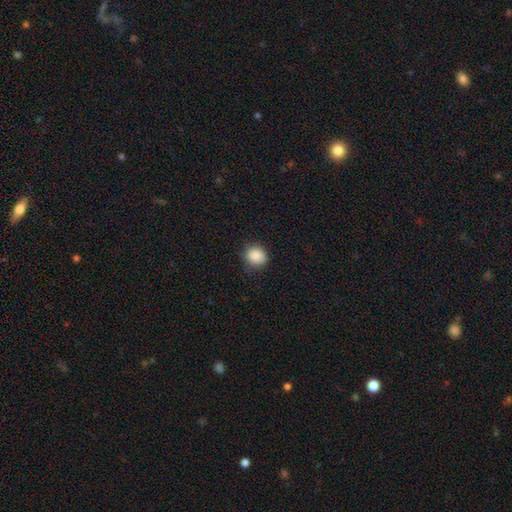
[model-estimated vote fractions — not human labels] Q: Smooth or featured?
A: smooth (88%); runner-up: star or artifact (9%)
Q: How rounded?
A: round (81%); runner-up: in between (18%)
Q: Merging?
A: none (82%); runner-up: minor disturbance (14%)